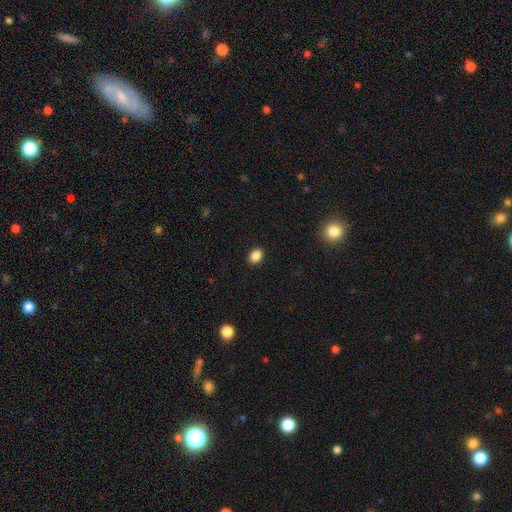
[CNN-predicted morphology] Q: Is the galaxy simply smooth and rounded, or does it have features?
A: smooth — 87%.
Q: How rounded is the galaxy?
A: in between — 71%.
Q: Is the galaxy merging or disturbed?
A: none — 90%.